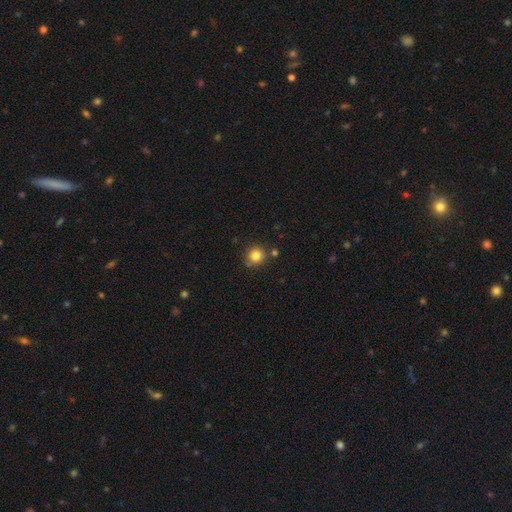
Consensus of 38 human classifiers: Q: Smooth or featured?
A: smooth (84%); runner-up: featured or disk (11%)
Q: How rounded?
A: round (84%); runner-up: in between (16%)
Q: Merging?
A: none (69%); runner-up: minor disturbance (17%)